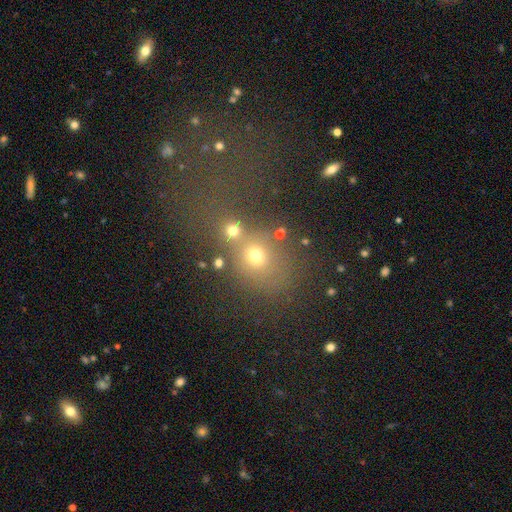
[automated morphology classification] type=smooth (61%); roundness=round (66%); merging=none (42%).